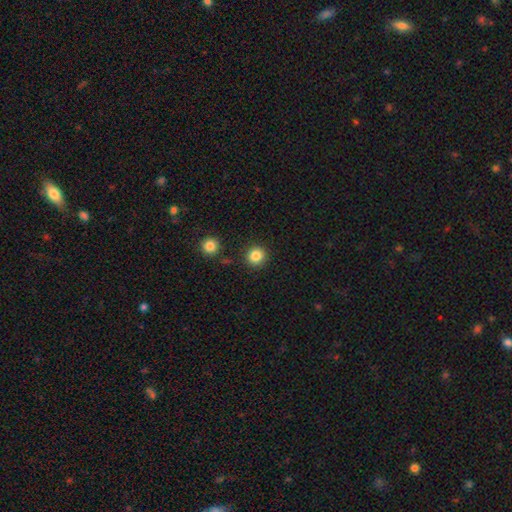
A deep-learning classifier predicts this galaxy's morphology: smooth 85%, star or artifact 10%, featured or disk 5%. Down the decision tree: how rounded — round (92%); merging — none (89%).